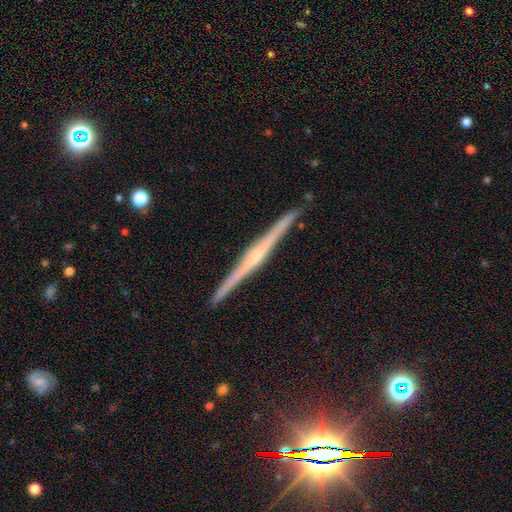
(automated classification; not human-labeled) smooth_or_featured: featured or disk (p=0.80) [alt: smooth p=0.12]
disk_edge_on: yes (p=0.98) [alt: no p=0.02]
edge_on_bulge: rounded (p=0.60) [alt: none p=0.26]
merging: none (p=0.92) [alt: minor disturbance p=0.06]